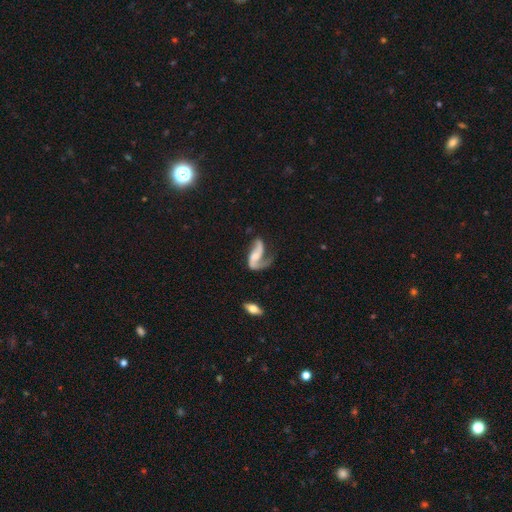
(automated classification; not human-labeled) featured or disk 81%, smooth 13%, star or artifact 6%. Down the decision tree: edge-on disk — no (96%); bar — no (47%); spiral arms — yes (93%); spiral arm count — 2 (73%); spiral winding — loose (67%); bulge size — none (34%); merging — none (43%).